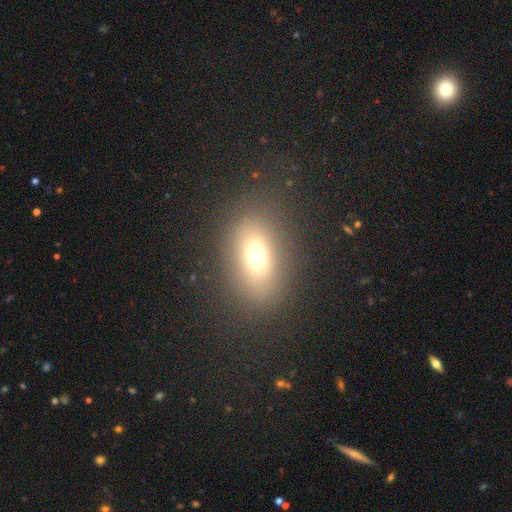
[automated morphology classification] Q: Smooth or featured?
A: smooth (67%); runner-up: featured or disk (17%)
Q: How rounded?
A: in between (74%); runner-up: round (22%)
Q: Merging?
A: none (83%); runner-up: minor disturbance (9%)